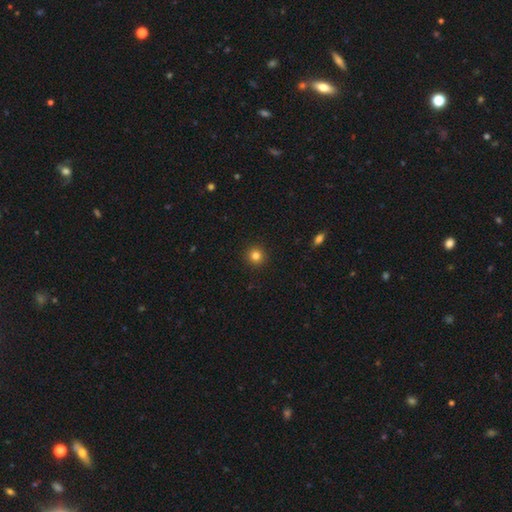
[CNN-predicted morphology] Smooth or featured: smooth — 82% (star or artifact — 12%)
How rounded: round — 95% (in between — 4%)
Merging: none — 93% (minor disturbance — 4%)